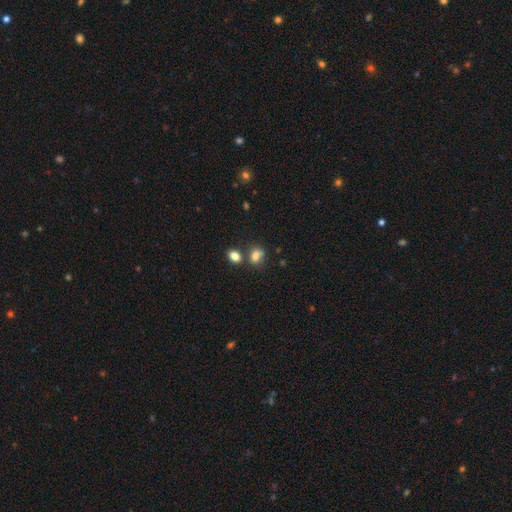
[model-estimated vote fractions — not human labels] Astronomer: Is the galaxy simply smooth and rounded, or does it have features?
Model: smooth — 79%.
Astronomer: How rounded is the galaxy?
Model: in between — 62%.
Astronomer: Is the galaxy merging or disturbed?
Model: none — 57%.